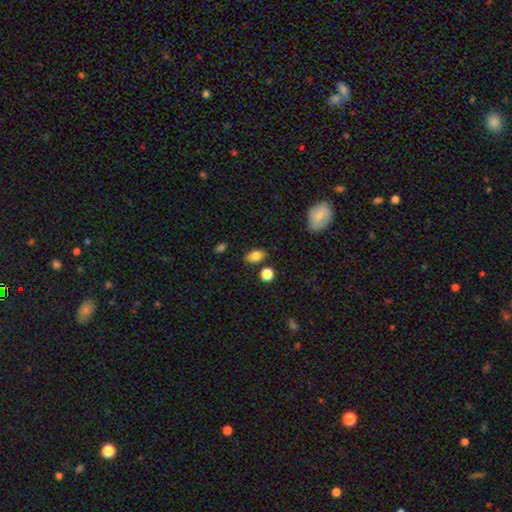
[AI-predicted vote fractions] A smooth galaxy with no disk features (80%) that is in between round and cigar-shaped (84%). Merging: none (79%).